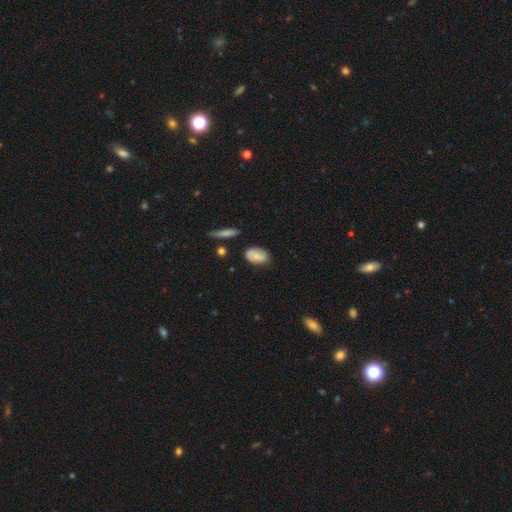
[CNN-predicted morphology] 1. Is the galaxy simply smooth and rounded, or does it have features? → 81% smooth, 12% featured or disk, 7% star or artifact.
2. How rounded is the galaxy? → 90% in between, 8% round, 2% cigar-shaped.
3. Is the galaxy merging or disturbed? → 74% none, 19% minor disturbance, 4% major disturbance, 3% merger.